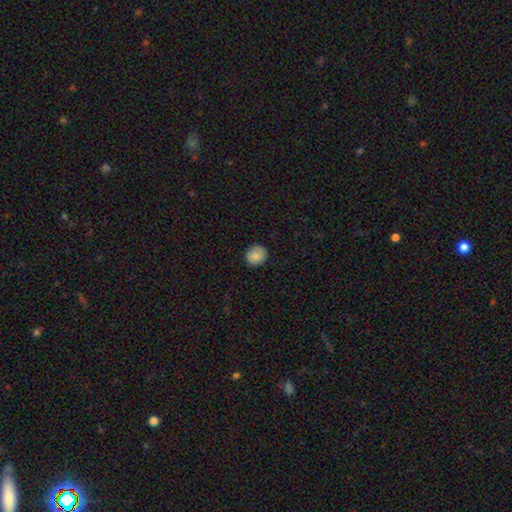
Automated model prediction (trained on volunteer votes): Morphology: type=smooth (85%); roundness=round (78%); merging=none (84%).